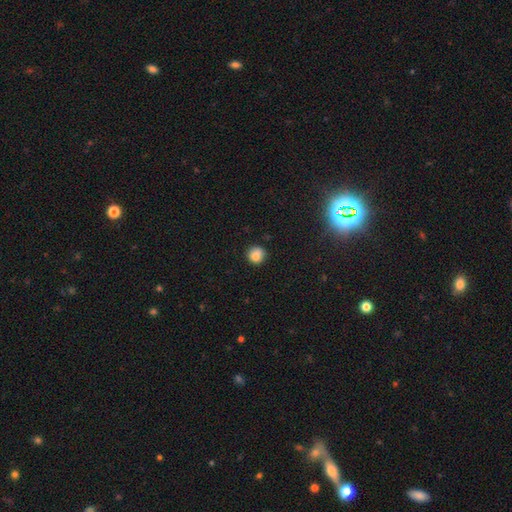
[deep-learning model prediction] Smooth or featured? smooth (82%)
How rounded? round (91%)
Merging? none (81%)